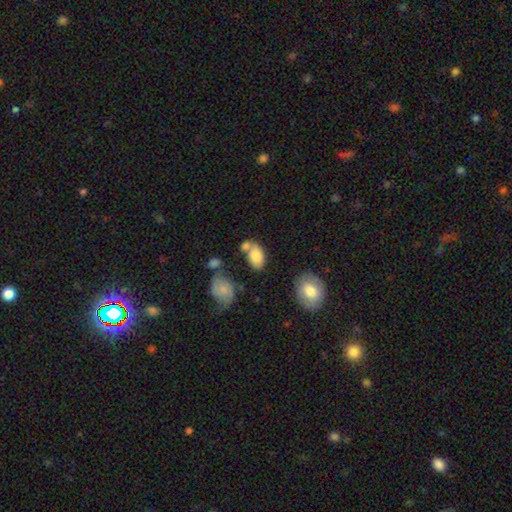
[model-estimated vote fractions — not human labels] This is clearly a smooth galaxy (81%). How rounded: clearly in between (90%). Merging: possibly none (45%).